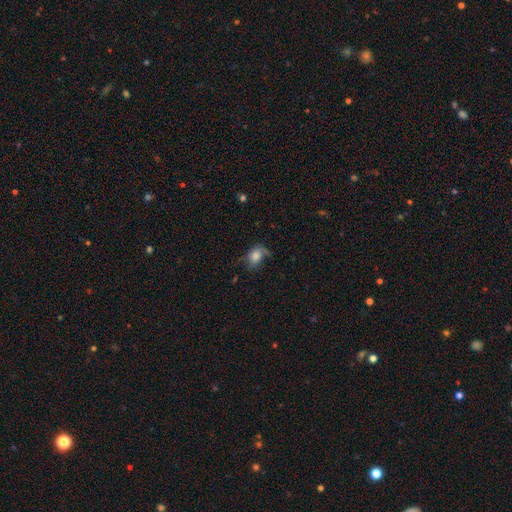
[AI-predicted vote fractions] Smooth or featured: smooth — 72% (featured or disk — 18%)
How rounded: in between — 77% (round — 21%)
Merging: none — 43% (minor disturbance — 32%)